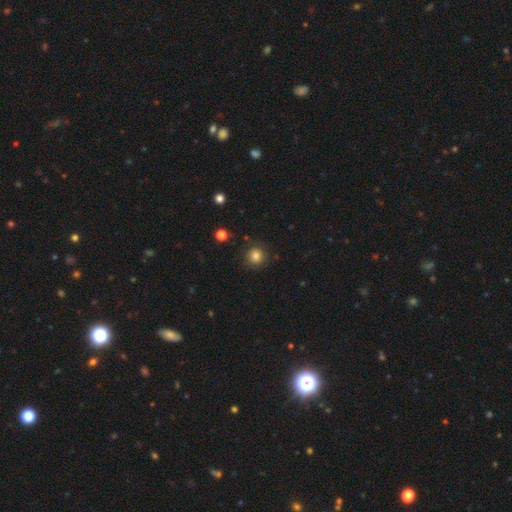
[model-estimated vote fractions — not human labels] Morphology: type=smooth (81%); roundness=round (92%); merging=none (86%).